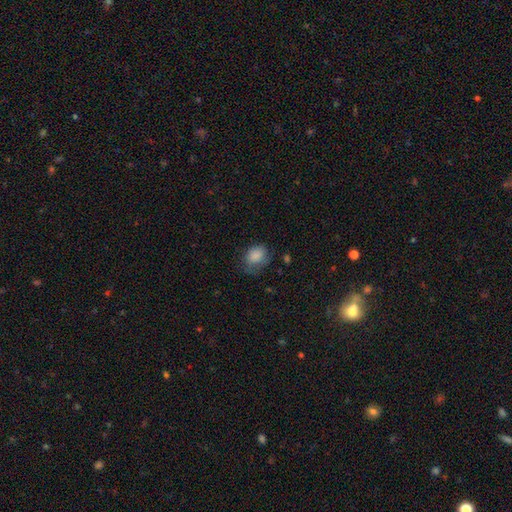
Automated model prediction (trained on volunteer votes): Smooth or featured? Predicted: smooth (p=0.84). How rounded? Predicted: in between (p=0.65). Merging? Predicted: none (p=0.48).